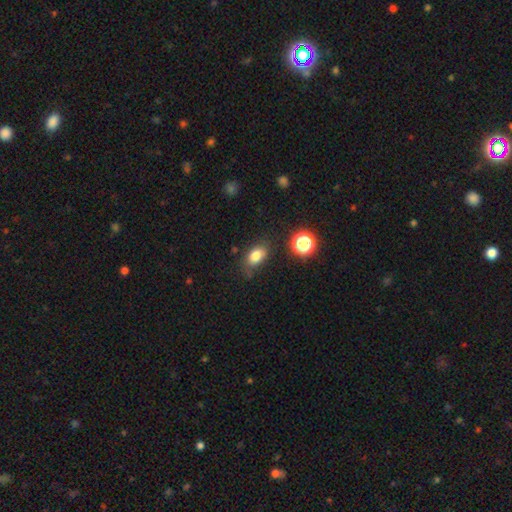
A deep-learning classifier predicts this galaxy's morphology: smooth-or-featured: smooth: 79% | star or artifact: 12% | featured or disk: 9%
  how-rounded: in between: 82% | round: 16% | cigar-shaped: 2%
  merging: none: 72% | minor disturbance: 20% | major disturbance: 5% | merger: 3%